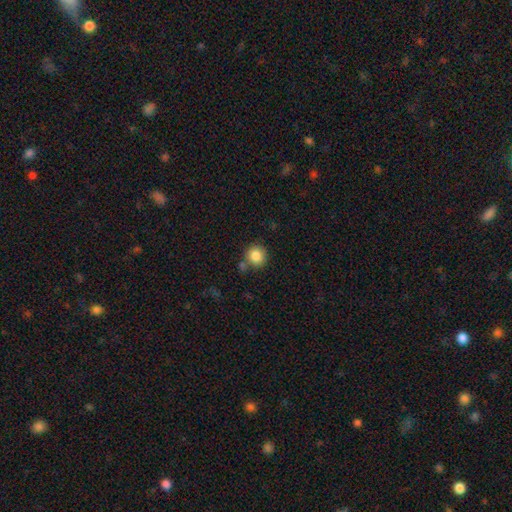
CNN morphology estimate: A smooth galaxy with no disk features (86%) that is round (91%).

Vote fractions:
- Smooth or featured? smooth: 86% / star or artifact: 9% / featured or disk: 5%
- How rounded? round: 91% / in between: 8% / cigar-shaped: 1%
- Merging? none: 75% / merger: 11% / minor disturbance: 10% / major disturbance: 3%